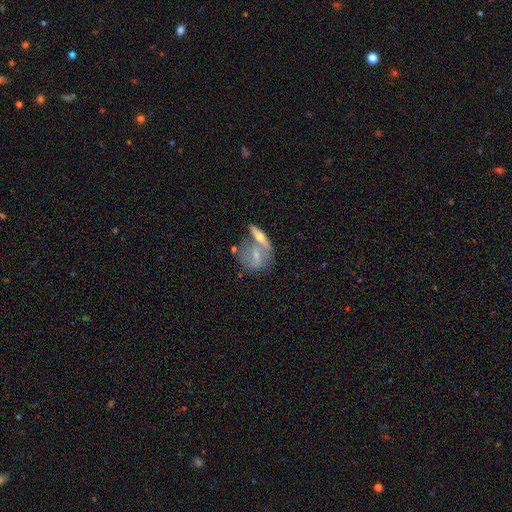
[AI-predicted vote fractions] Q: Smooth or featured?
A: featured or disk (48%); runner-up: smooth (45%)
Q: Merging?
A: merger (41%); runner-up: none (39%)